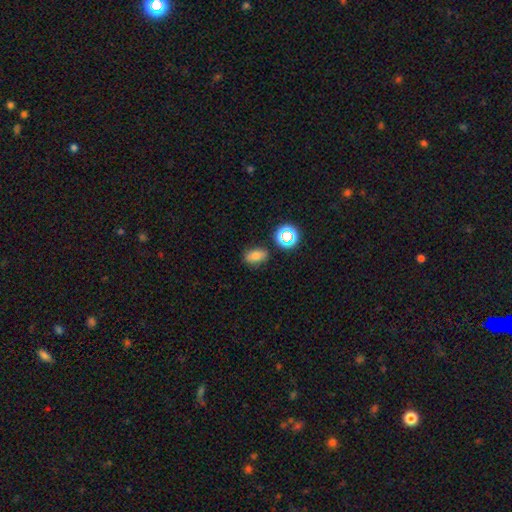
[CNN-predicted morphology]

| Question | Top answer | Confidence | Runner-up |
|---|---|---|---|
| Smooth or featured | smooth | 73% | star or artifact (17%) |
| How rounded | in between | 80% | round (18%) |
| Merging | none | 80% | minor disturbance (13%) |